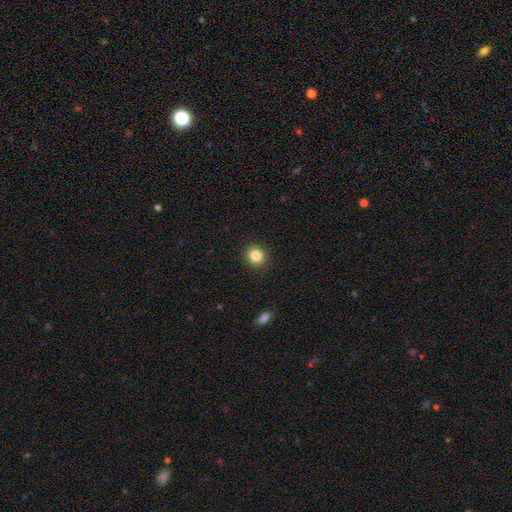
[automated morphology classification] This is clearly a smooth galaxy (85%). How rounded: likely round (80%). Merging: clearly none (90%).